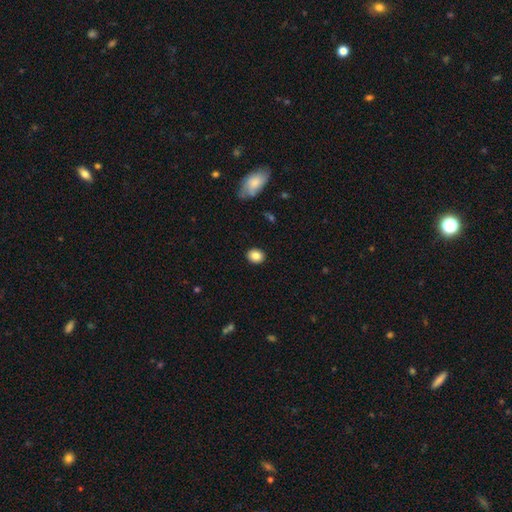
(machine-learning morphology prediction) Overall: smooth (85%). How rounded: round (59%; in between 40%). Merging: none (90%).